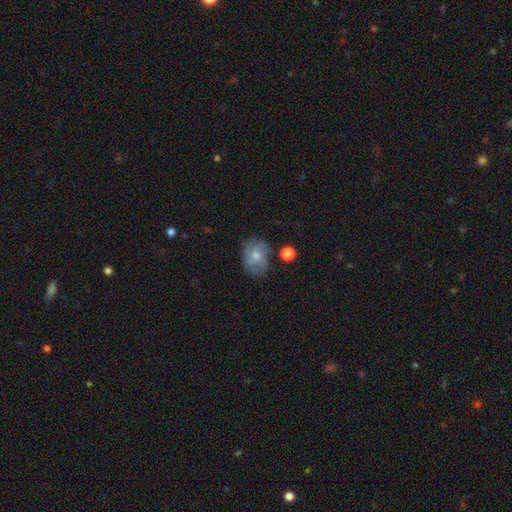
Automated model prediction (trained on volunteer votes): smooth_or_featured: smooth (p=0.63) [alt: featured or disk p=0.28]
how_rounded: in between (p=0.58) [alt: round p=0.41]
merging: none (p=0.60) [alt: minor disturbance p=0.24]